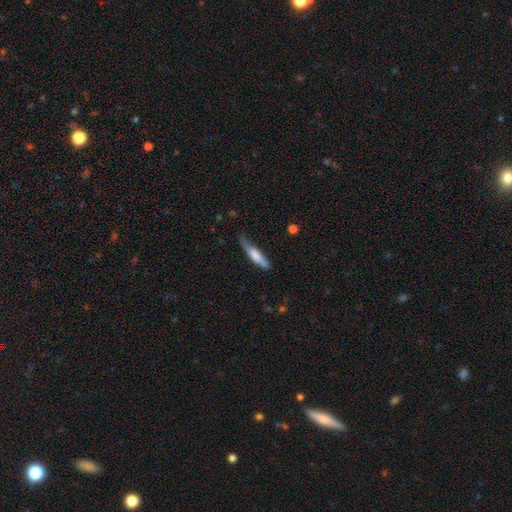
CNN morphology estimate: Q: Smooth or featured?
A: smooth (65%); runner-up: featured or disk (30%)
Q: How rounded?
A: cigar-shaped (83%); runner-up: in between (15%)
Q: Merging?
A: none (52%); runner-up: minor disturbance (34%)